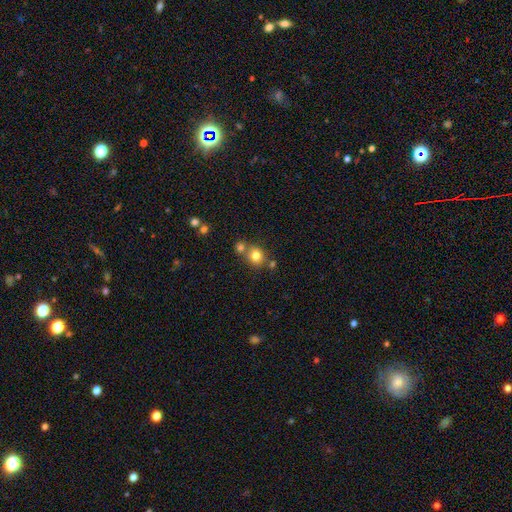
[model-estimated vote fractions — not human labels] This appears to be a smooth galaxy with no disk features (79%) that is round (76%). Merging: none (59%).